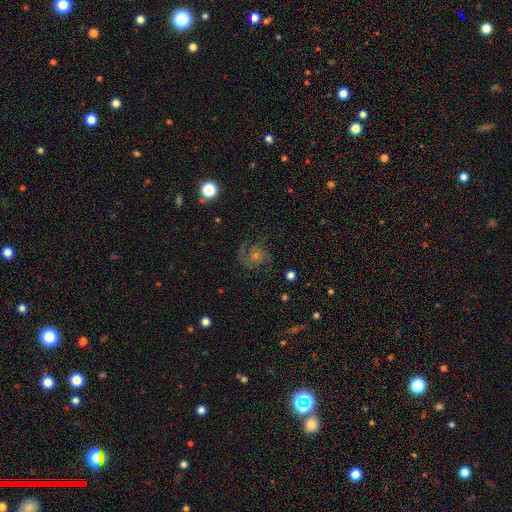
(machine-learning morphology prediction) The model was most divided on "spiral winding": medium: 46%, tight: 38%, loose: 16%. More confident: edge-on disk — no (97%); spiral arms — yes (94%); bar — no (76%); merging — none (72%); smooth or featured — featured or disk (69%); bulge size — small (51%); spiral arm count — 2 (50%).